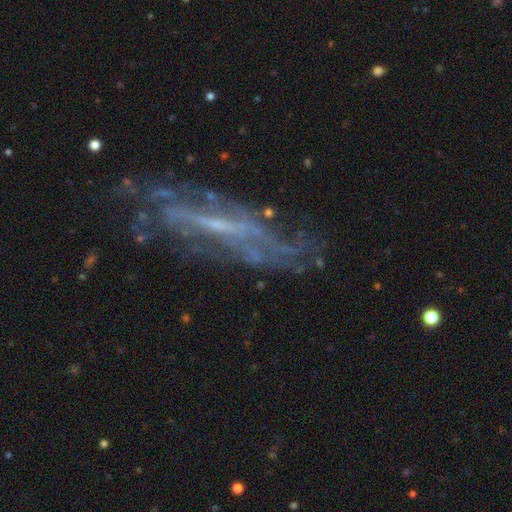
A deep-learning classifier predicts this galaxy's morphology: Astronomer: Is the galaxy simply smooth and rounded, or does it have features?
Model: featured or disk — 78%.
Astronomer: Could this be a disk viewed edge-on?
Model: no — 67%.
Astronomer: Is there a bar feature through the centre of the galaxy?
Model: no — 37% (runner-up: weak, 34%).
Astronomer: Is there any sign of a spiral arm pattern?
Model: yes — 69%.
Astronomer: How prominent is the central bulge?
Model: small — 61%.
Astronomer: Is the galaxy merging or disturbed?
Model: none — 55%.